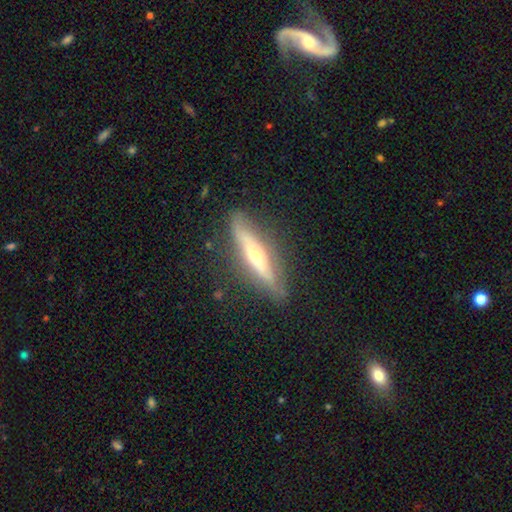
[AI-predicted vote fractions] Smooth or featured?
  - featured or disk: 66% *
  - smooth: 28%
  - star or artifact: 6%
Edge-on disk?
  - yes: 84% *
  - no: 16%
Edge-on bulge?
  - rounded: 85% *
  - none: 11%
  - boxy: 4%
Merging?
  - none: 82% *
  - minor disturbance: 14%
  - major disturbance: 3%
  - merger: 2%